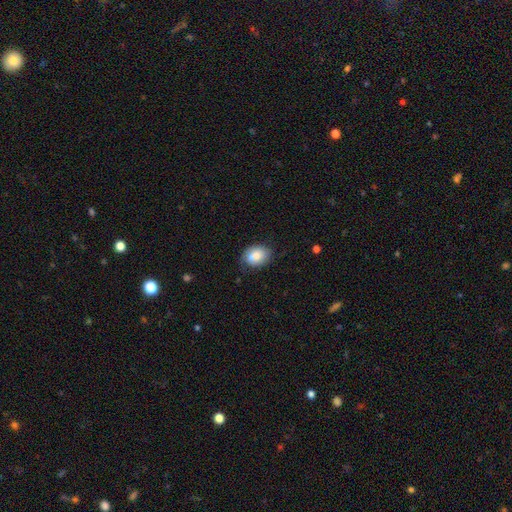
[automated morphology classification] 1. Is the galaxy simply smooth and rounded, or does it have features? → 78% smooth, 15% featured or disk, 7% star or artifact.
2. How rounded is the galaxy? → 74% in between, 25% round, 1% cigar-shaped.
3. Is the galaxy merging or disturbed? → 70% none, 23% minor disturbance, 6% major disturbance, 1% merger.